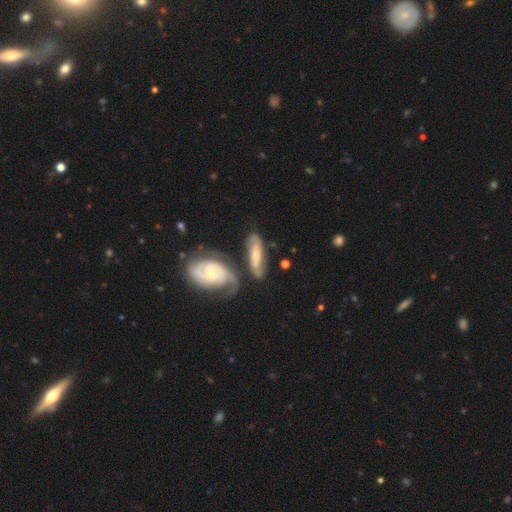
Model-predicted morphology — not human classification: A featured or disk galaxy (63%) with no bar (52%), spiral arms (86%) and a small central bulge (57%). Merging: none (50%).